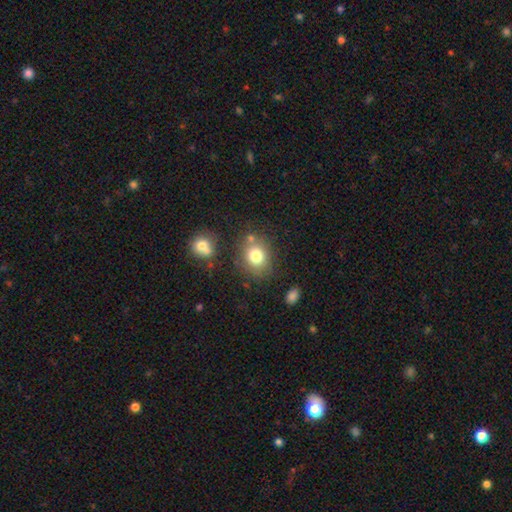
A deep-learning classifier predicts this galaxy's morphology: Q: Smooth or featured?
A: smooth (78%); runner-up: star or artifact (12%)
Q: How rounded?
A: round (64%); runner-up: in between (35%)
Q: Merging?
A: none (72%); runner-up: minor disturbance (13%)